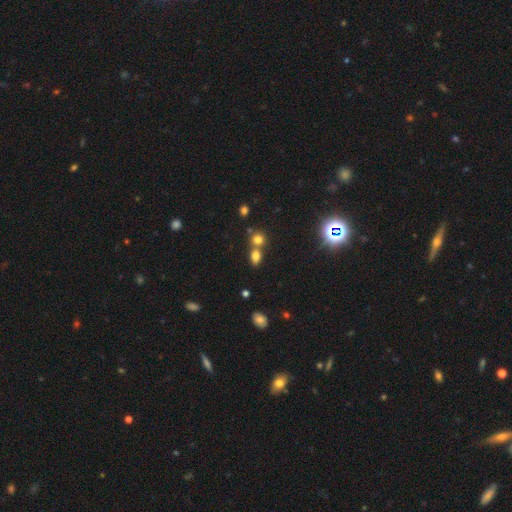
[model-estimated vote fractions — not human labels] smooth_or_featured: smooth (p=0.73) [alt: star or artifact p=0.18]
how_rounded: in between (p=0.61) [alt: round p=0.36]
merging: none (p=0.47) [alt: merger p=0.42]